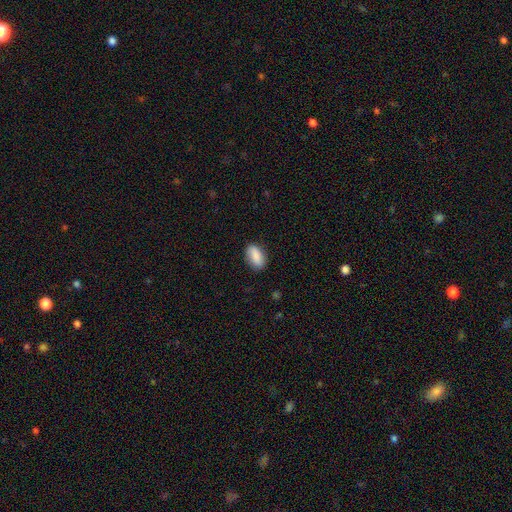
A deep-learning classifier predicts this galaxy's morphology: Smooth or featured?
  - smooth: 86% *
  - featured or disk: 8%
  - star or artifact: 7%
How rounded?
  - in between: 90% *
  - round: 5%
  - cigar-shaped: 5%
Merging?
  - none: 85% *
  - minor disturbance: 12%
  - major disturbance: 3%
  - merger: 1%